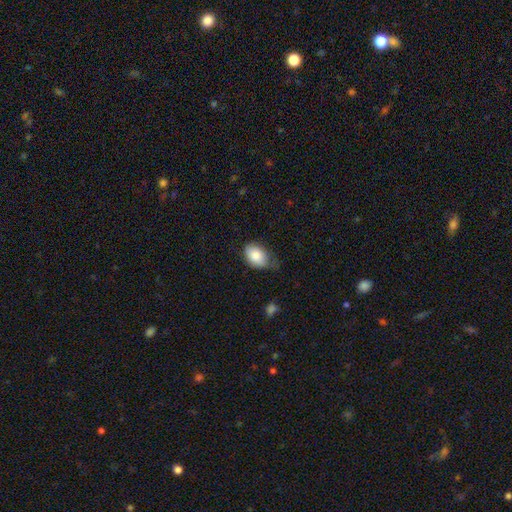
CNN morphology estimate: This appears to be a smooth galaxy with no disk features (85%) that is in between round and cigar-shaped (86%). Merging: none (51%).